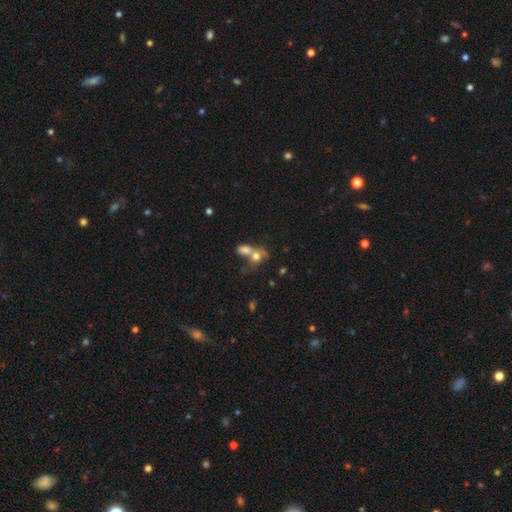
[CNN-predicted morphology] Smooth or featured?
  - smooth: 68% *
  - featured or disk: 20%
  - star or artifact: 13%
How rounded?
  - in between: 54% *
  - round: 43%
  - cigar-shaped: 3%
Merging?
  - merger: 64% *
  - none: 21%
  - minor disturbance: 8%
  - major disturbance: 8%